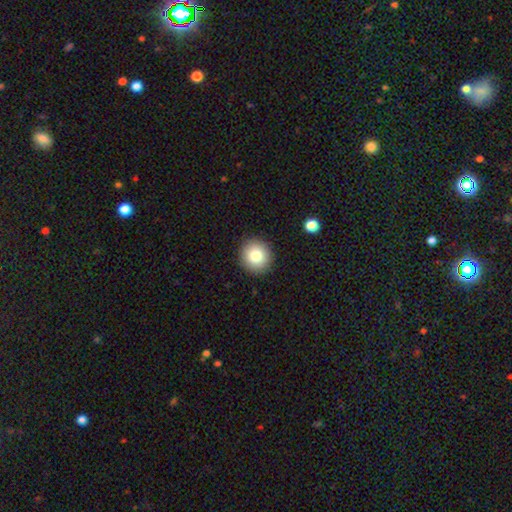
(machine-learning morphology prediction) A smooth galaxy with no disk features (80%) that is round (92%).

Vote fractions:
- Smooth or featured? smooth: 80% / featured or disk: 10% / star or artifact: 10%
- How rounded? round: 92% / in between: 7% / cigar-shaped: 1%
- Merging? none: 92% / minor disturbance: 5% / major disturbance: 2% / merger: 1%